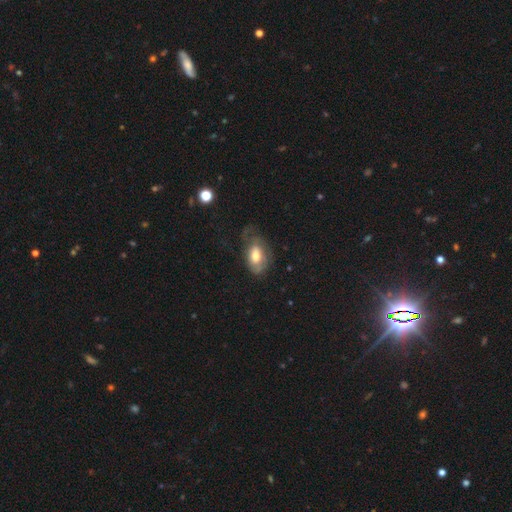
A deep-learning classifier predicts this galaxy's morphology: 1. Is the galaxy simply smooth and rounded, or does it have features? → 56% smooth, 36% featured or disk, 8% star or artifact.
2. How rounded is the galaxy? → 90% in between, 7% round, 3% cigar-shaped.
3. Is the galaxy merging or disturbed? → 37% none, 33% major disturbance, 28% minor disturbance, 2% merger.